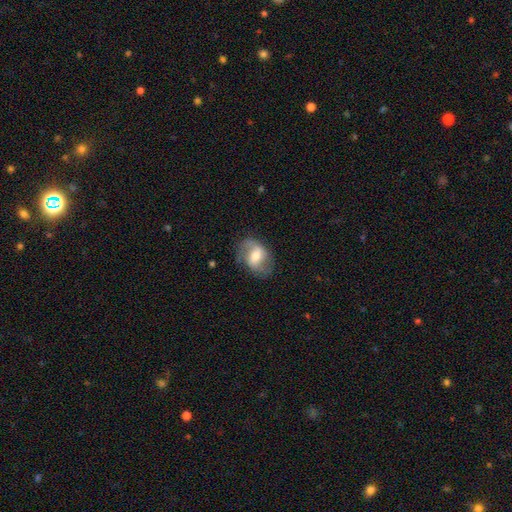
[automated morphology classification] Smooth or featured? featured or disk (63%)
Edge-on disk? no (96%)
Bar? weak (47%)
Spiral arms? yes (81%)
Bulge size? moderate (58%)
Merging? none (70%)